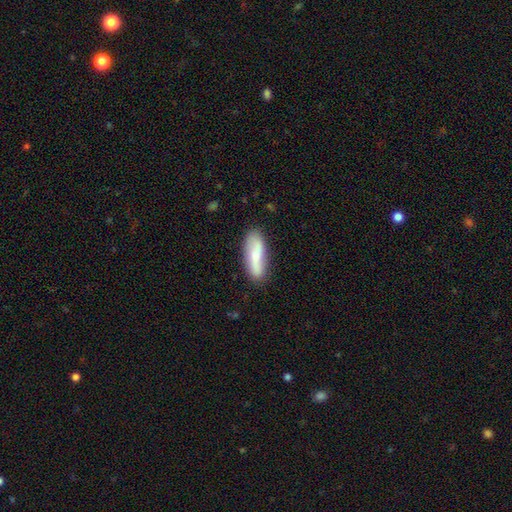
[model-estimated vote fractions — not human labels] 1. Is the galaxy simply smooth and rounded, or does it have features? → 56% smooth, 38% featured or disk, 6% star or artifact.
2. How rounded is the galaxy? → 59% in between, 39% cigar-shaped, 3% round.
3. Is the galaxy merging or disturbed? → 82% none, 14% minor disturbance, 3% major disturbance, 2% merger.